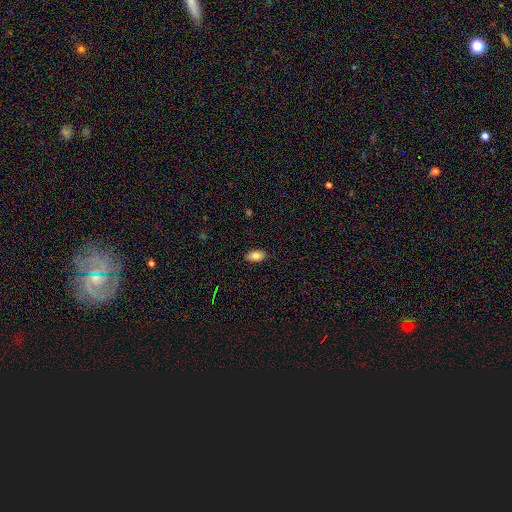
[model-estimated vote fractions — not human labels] Overall: smooth (83%). How rounded: in between (92%). Merging: none (88%).